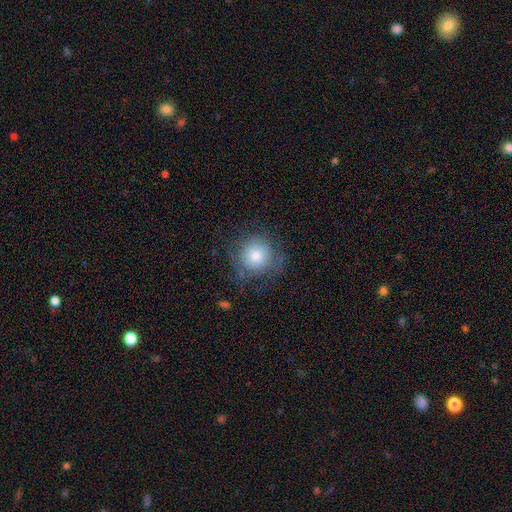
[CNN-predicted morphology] Smooth or featured: smooth — 66% (featured or disk — 23%)
How rounded: round — 92% (in between — 7%)
Merging: none — 69% (minor disturbance — 18%)